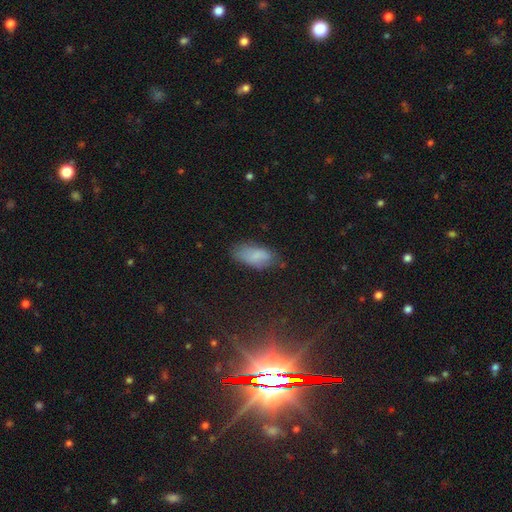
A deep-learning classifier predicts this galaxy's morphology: Smooth or featured: smooth — 77% (featured or disk — 14%)
How rounded: in between — 87% (cigar-shaped — 10%)
Merging: none — 63% (minor disturbance — 27%)